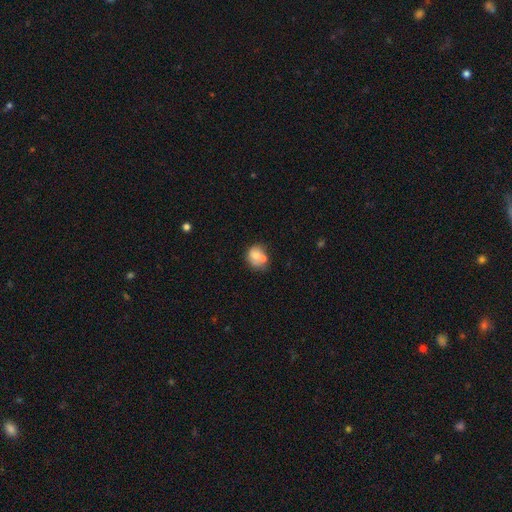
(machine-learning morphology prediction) type=smooth (68%); roundness=round (60%); merging=merger (41%).